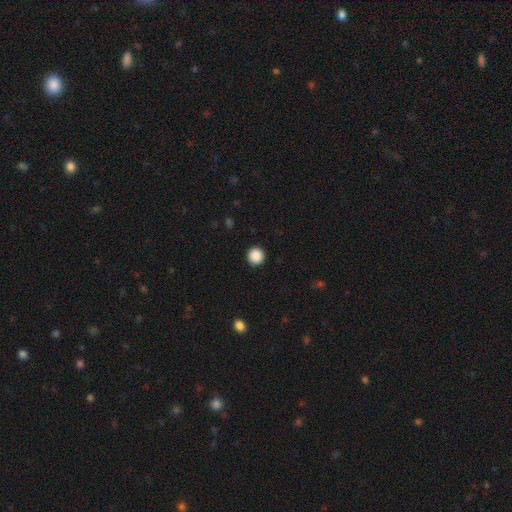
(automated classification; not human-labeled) smooth_or_featured: smooth (p=0.89) [alt: star or artifact p=0.09]
how_rounded: round (p=0.95) [alt: in between p=0.04]
merging: none (p=0.93) [alt: minor disturbance p=0.04]